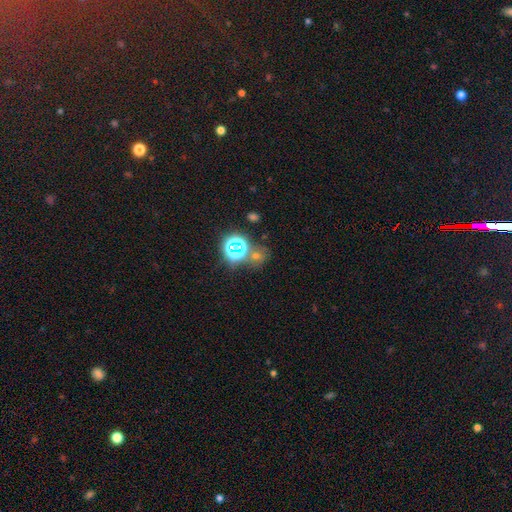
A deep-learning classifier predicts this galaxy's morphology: star or artifact 54%, smooth 36%, featured or disk 10%.